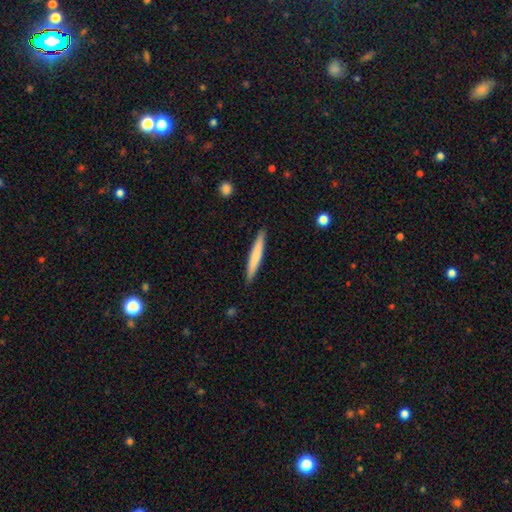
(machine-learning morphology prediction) A smooth galaxy with no disk features (70%) that is cigar-shaped (95%). Merging: none (91%).